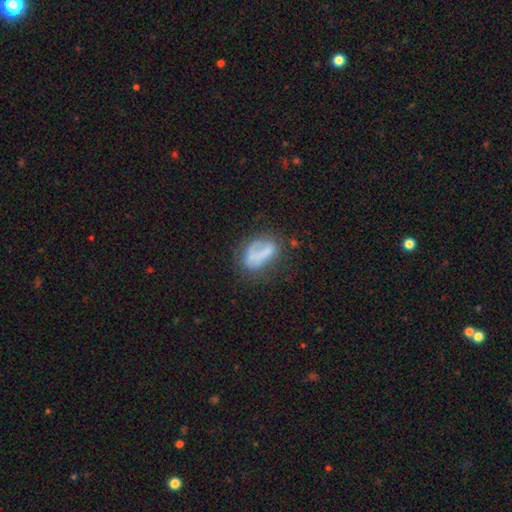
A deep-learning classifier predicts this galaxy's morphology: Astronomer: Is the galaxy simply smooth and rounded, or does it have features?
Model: smooth — 59%.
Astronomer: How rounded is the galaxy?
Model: in between — 81%.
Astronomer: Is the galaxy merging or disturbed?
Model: none — 38% (runner-up: major disturbance, 28%).